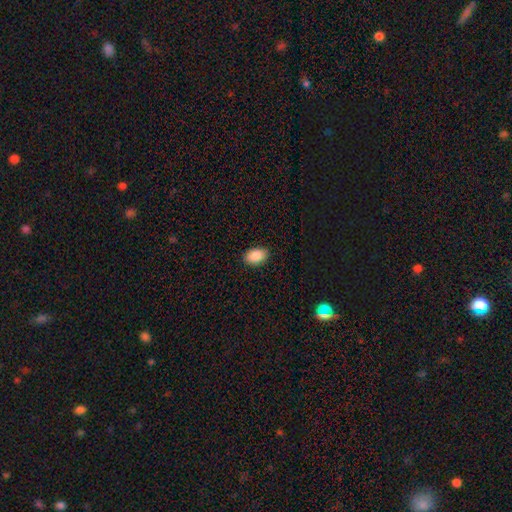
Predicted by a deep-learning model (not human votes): Smooth or featured?
  - smooth: 89% *
  - star or artifact: 7%
  - featured or disk: 3%
How rounded?
  - in between: 91% *
  - round: 7%
  - cigar-shaped: 1%
Merging?
  - none: 89% *
  - minor disturbance: 8%
  - major disturbance: 2%
  - merger: 1%